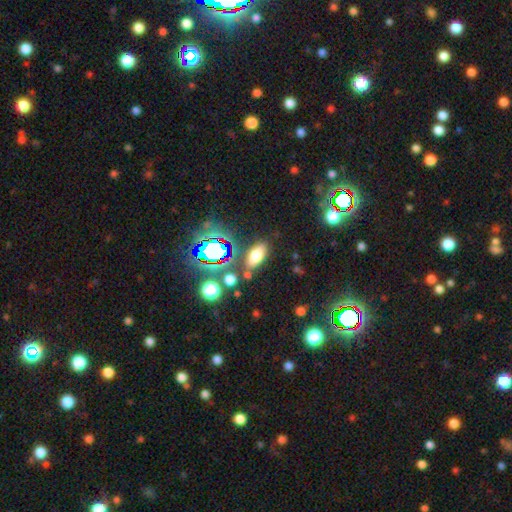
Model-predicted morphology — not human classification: This is likely a smooth galaxy (69%). How rounded: clearly in between (84%). Merging: likely none (76%).